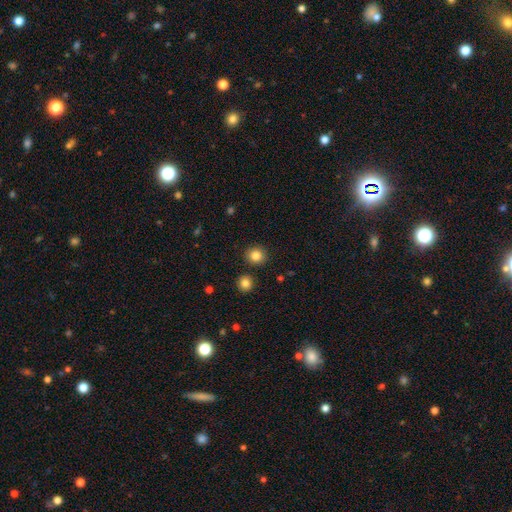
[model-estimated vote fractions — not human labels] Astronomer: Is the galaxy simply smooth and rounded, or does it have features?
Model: smooth — 84%.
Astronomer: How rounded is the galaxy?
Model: round — 89%.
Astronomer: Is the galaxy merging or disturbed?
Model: none — 90%.